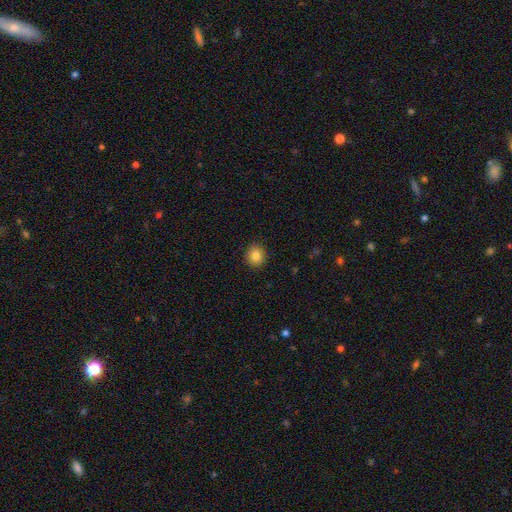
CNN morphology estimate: A smooth galaxy with no disk features (83%) that is round (86%). Merging: none (91%).